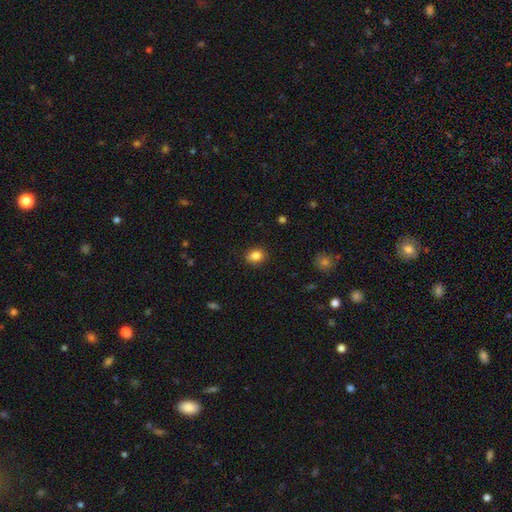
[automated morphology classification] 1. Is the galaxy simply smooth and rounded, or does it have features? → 85% smooth, 10% star or artifact, 6% featured or disk.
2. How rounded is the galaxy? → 52% round, 47% in between, 1% cigar-shaped.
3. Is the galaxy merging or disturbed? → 87% none, 9% minor disturbance, 2% major disturbance, 1% merger.